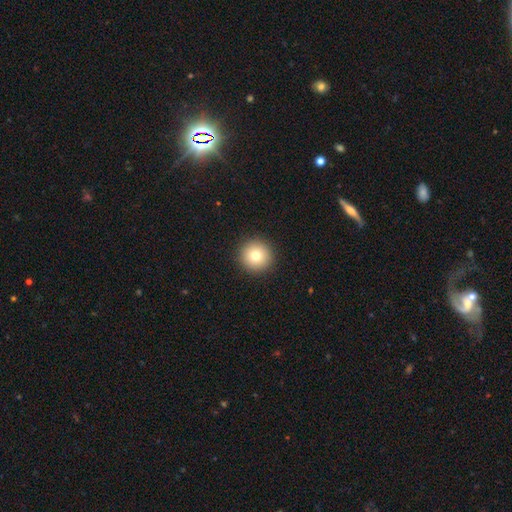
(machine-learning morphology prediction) Smooth or featured? Predicted: smooth (p=0.77). How rounded? Predicted: round (p=0.96). Merging? Predicted: none (p=0.93).